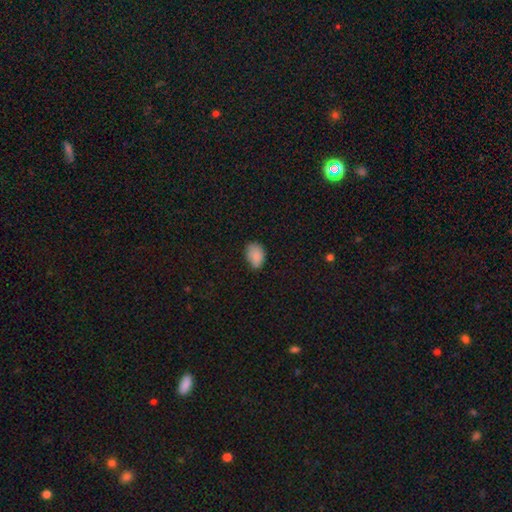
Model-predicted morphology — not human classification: This is clearly a smooth galaxy (86%). How rounded: likely in between (79%). Merging: likely none (66%).